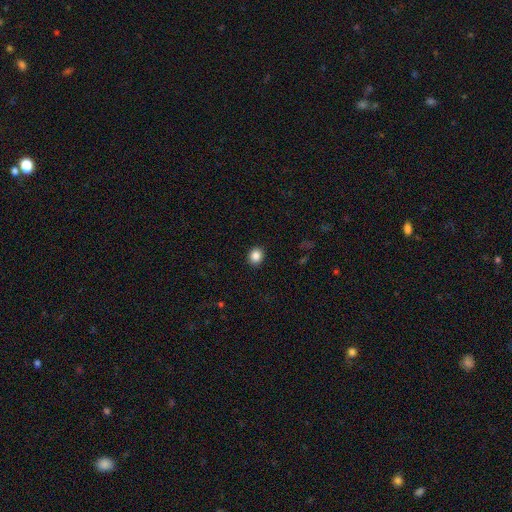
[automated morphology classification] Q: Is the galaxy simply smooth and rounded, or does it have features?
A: smooth — 87%.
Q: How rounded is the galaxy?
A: round — 70%.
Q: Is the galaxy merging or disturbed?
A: none — 91%.